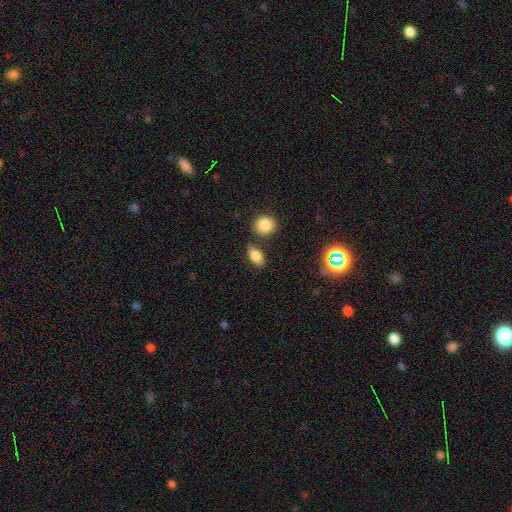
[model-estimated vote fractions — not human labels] smooth 82%, star or artifact 10%, featured or disk 9%. Down the decision tree: how rounded — in between (85%); merging — none (70%).